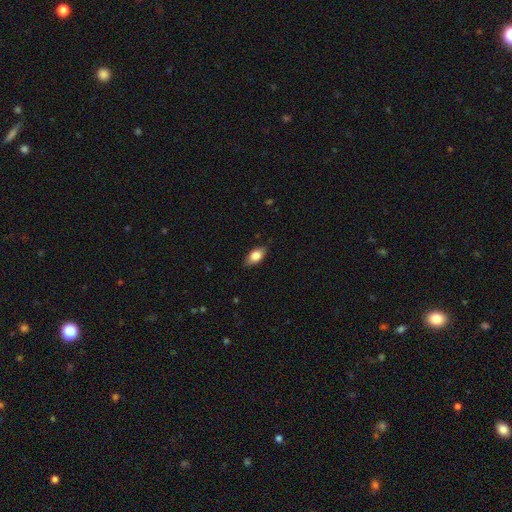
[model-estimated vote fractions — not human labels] This appears to be a smooth galaxy with no disk features (81%) that is in between round and cigar-shaped (89%). Merging: none (82%).